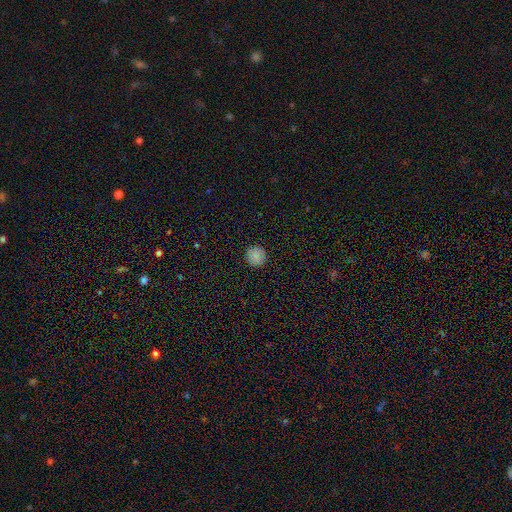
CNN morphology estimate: type=smooth (87%); roundness=round (95%); merging=none (92%).